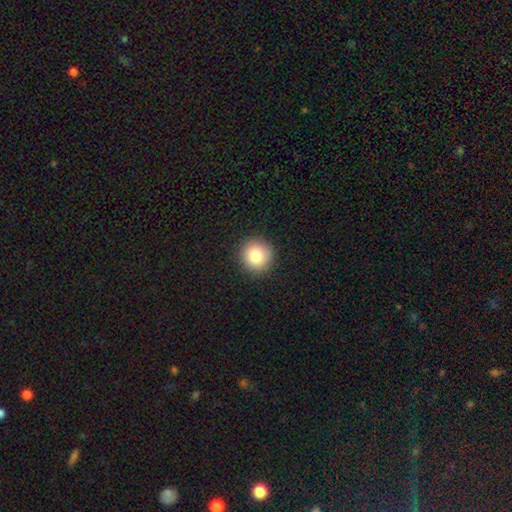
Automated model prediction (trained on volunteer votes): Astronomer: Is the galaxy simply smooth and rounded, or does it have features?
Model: smooth — 83%.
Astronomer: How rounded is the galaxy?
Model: round — 94%.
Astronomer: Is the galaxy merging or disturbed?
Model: none — 91%.